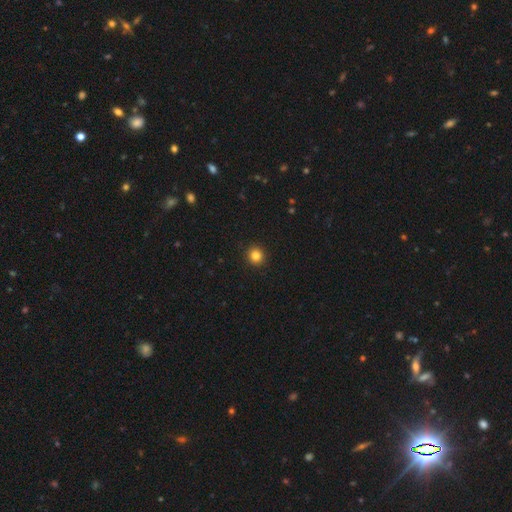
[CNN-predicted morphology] A smooth galaxy with no disk features (84%) that is round (92%). Merging: none (93%).